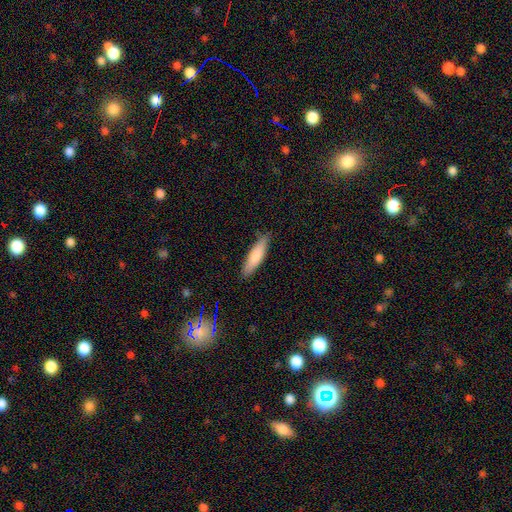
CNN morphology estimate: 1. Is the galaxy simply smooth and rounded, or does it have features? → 79% smooth, 15% featured or disk, 5% star or artifact.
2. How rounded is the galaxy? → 71% cigar-shaped, 27% in between, 1% round.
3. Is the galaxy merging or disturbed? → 86% none, 11% minor disturbance, 2% major disturbance, 1% merger.